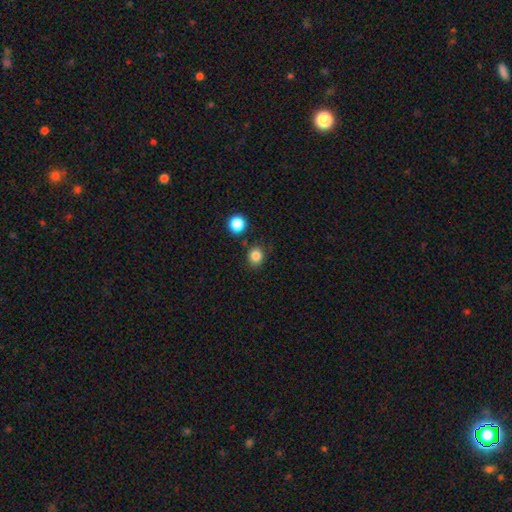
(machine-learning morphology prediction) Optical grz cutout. It shows a smooth galaxy with no disk features (84%) that is round (75%). Merging: none (82%).